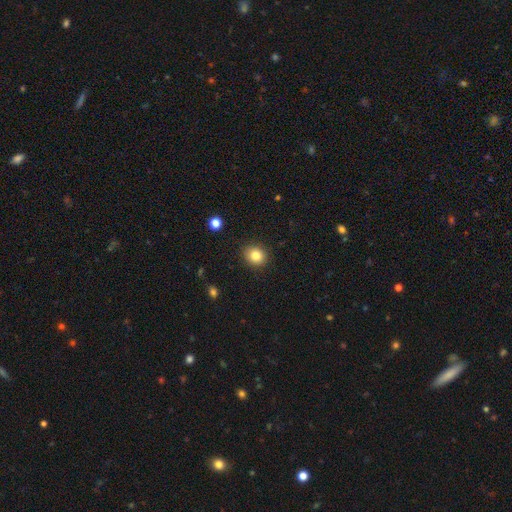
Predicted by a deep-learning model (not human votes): Smooth or featured? smooth (83%)
How rounded? round (75%)
Merging? none (89%)